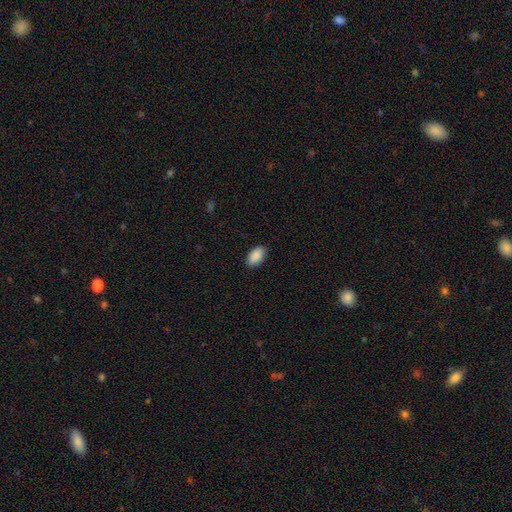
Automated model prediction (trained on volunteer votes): Morphology: type=smooth (91%); roundness=in between (94%); merging=none (87%).